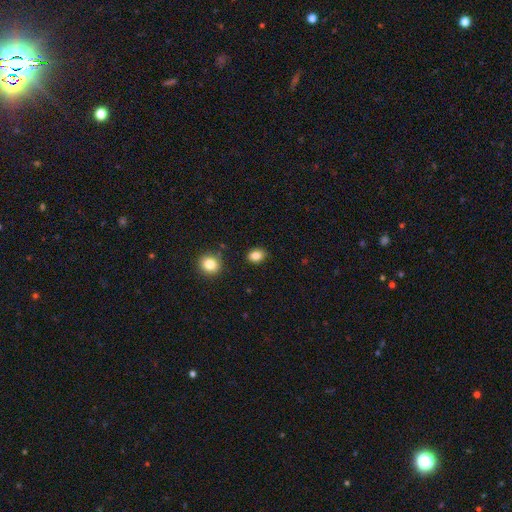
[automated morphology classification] This is clearly a smooth galaxy (85%). How rounded: possibly in between (58%). Merging: clearly none (85%).